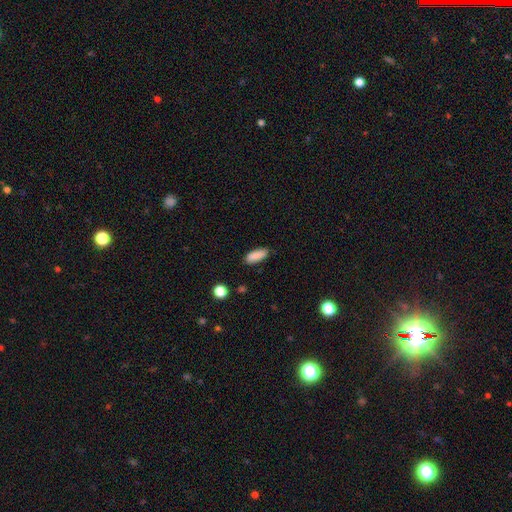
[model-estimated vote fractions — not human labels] Q: Smooth or featured?
A: smooth (88%); runner-up: star or artifact (7%)
Q: How rounded?
A: in between (74%); runner-up: cigar-shaped (24%)
Q: Merging?
A: none (84%); runner-up: minor disturbance (12%)